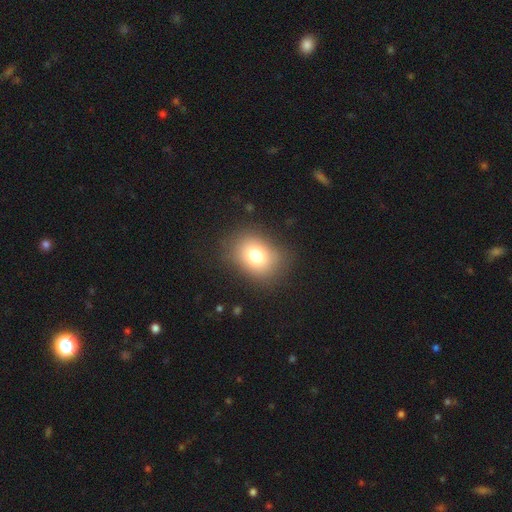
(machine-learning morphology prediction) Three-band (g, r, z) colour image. It shows a smooth galaxy with no disk features (76%) that is in between round and cigar-shaped (57%). Merging: none (82%).